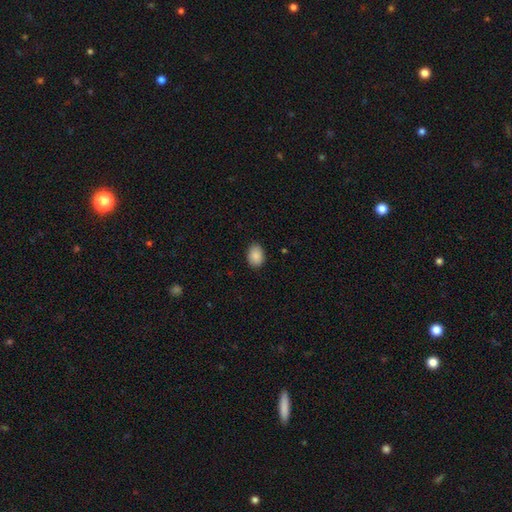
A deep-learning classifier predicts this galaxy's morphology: Q: Smooth or featured?
A: smooth (89%); runner-up: star or artifact (7%)
Q: How rounded?
A: in between (75%); runner-up: round (24%)
Q: Merging?
A: none (88%); runner-up: minor disturbance (10%)